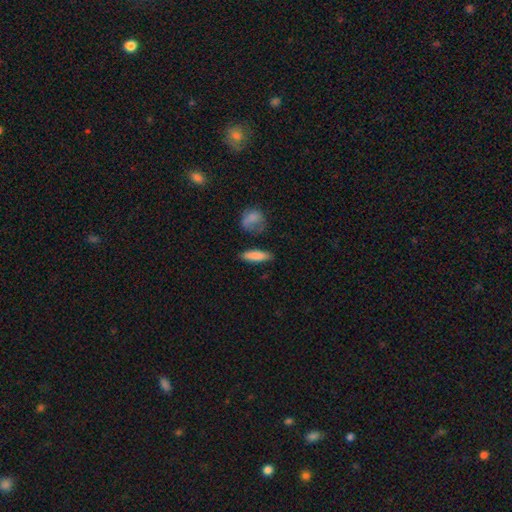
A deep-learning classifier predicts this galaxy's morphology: The model was most divided on "how rounded": cigar-shaped: 60%, in between: 37%, round: 3%. More confident: smooth or featured — smooth (84%); merging — none (79%).